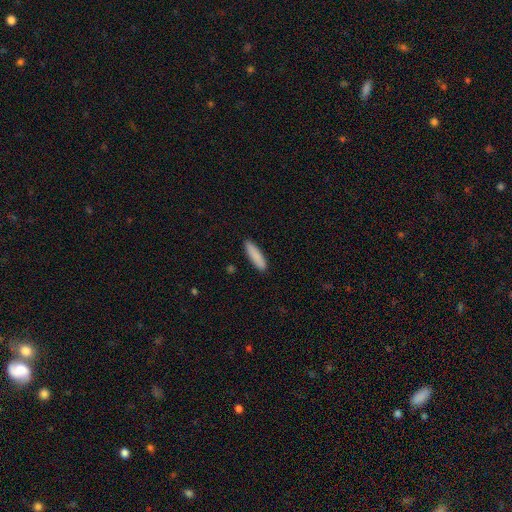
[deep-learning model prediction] smooth_or_featured: smooth (p=0.88) [alt: featured or disk p=0.06]
how_rounded: cigar-shaped (p=0.75) [alt: in between p=0.24]
merging: none (p=0.90) [alt: minor disturbance p=0.08]